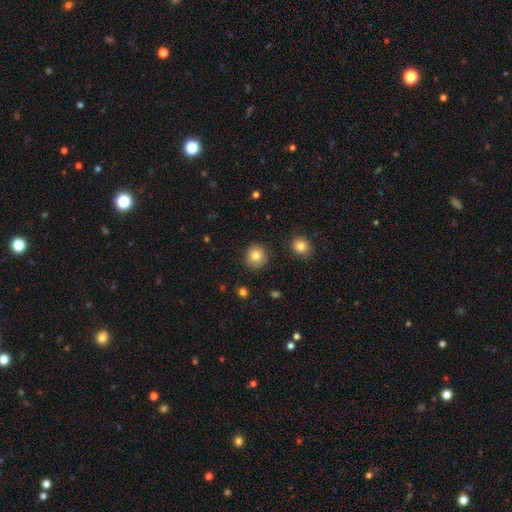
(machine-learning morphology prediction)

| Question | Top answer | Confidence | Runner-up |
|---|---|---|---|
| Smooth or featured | smooth | 81% | star or artifact (10%) |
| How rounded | round | 90% | in between (9%) |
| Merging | none | 88% | minor disturbance (8%) |